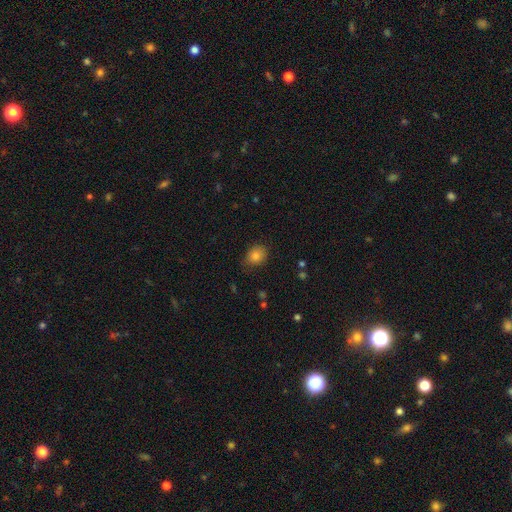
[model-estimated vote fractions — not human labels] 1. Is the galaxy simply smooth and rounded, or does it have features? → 82% smooth, 11% star or artifact, 7% featured or disk.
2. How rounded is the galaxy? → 54% in between, 45% round, 1% cigar-shaped.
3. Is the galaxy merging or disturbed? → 80% none, 16% minor disturbance, 3% major disturbance, 1% merger.